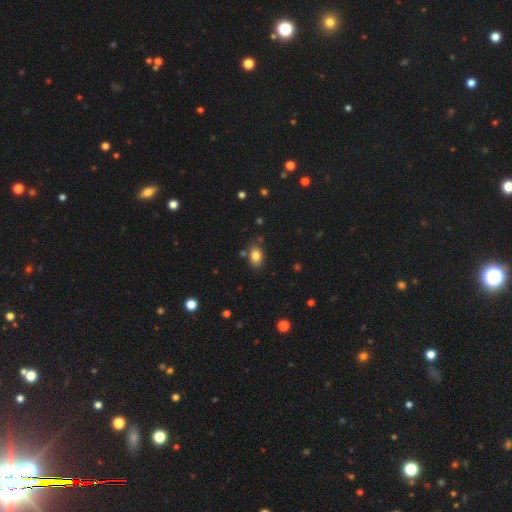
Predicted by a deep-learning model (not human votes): This is clearly a smooth galaxy (83%). How rounded: clearly in between (84%). Merging: likely none (79%).